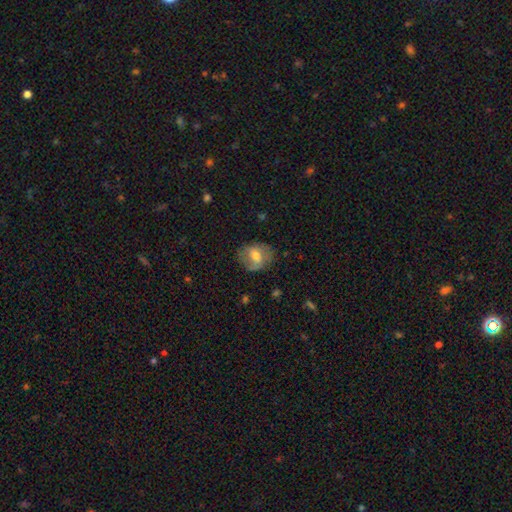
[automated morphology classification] type=smooth (48%); merging=none (66%).